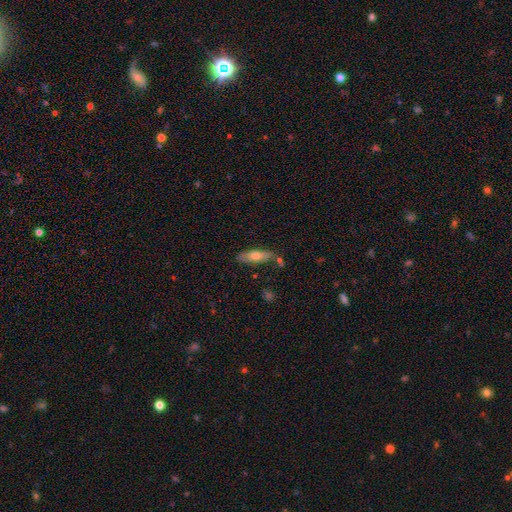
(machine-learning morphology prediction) A smooth galaxy with no disk features (64%) that is cigar-shaped (57%). Merging: none (74%).